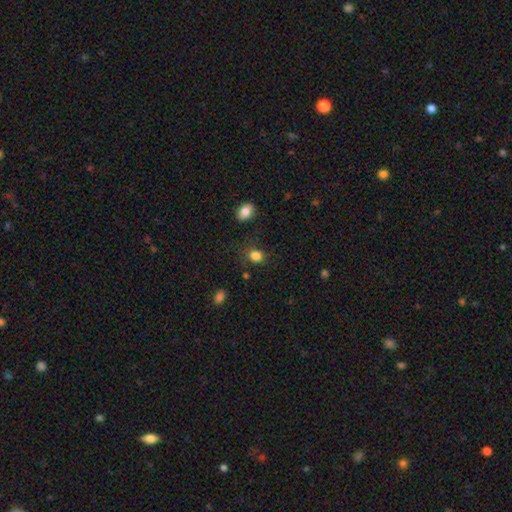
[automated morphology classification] Q: Smooth or featured?
A: smooth (84%); runner-up: star or artifact (12%)
Q: How rounded?
A: round (61%); runner-up: in between (38%)
Q: Merging?
A: none (75%); runner-up: minor disturbance (16%)